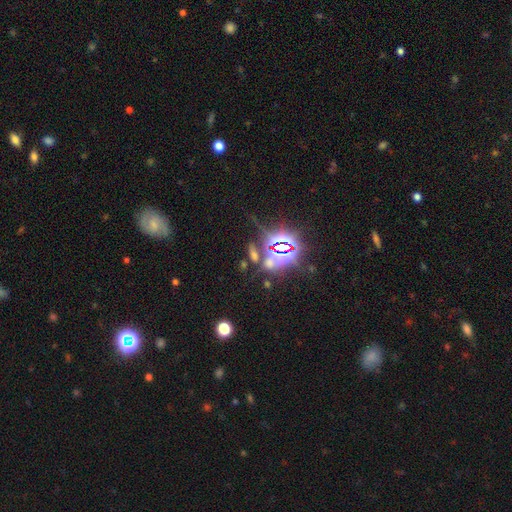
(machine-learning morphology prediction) Smooth or featured: star or artifact — 77% (smooth — 12%)